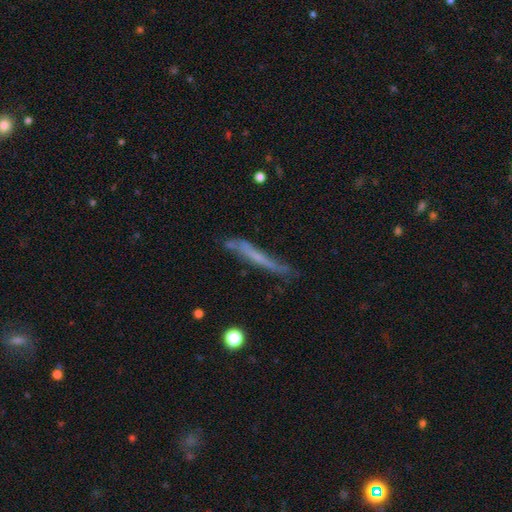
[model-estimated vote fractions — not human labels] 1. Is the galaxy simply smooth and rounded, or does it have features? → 48% featured or disk, 42% smooth, 9% star or artifact.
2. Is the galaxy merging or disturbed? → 63% none, 25% minor disturbance, 8% major disturbance, 4% merger.